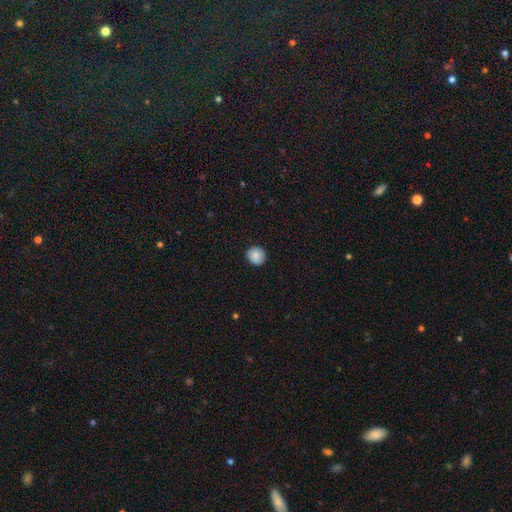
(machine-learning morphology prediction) Smooth or featured?
  - smooth: 86% *
  - star or artifact: 8%
  - featured or disk: 6%
How rounded?
  - round: 92% *
  - in between: 7%
  - cigar-shaped: 1%
Merging?
  - none: 91% *
  - minor disturbance: 6%
  - major disturbance: 2%
  - merger: 1%